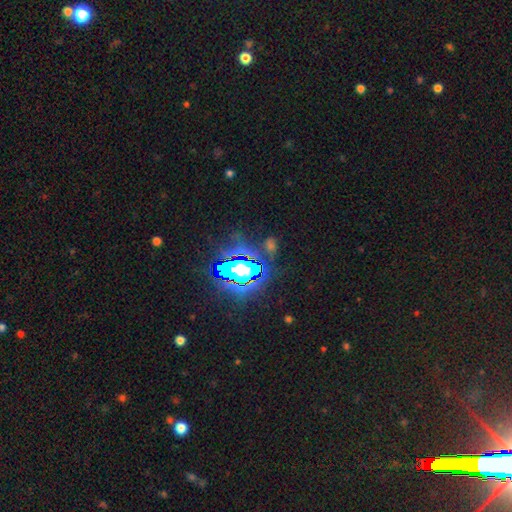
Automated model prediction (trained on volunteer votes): A star or artifact, not a galaxy (85%).

Vote fractions:
- Smooth or featured? star or artifact: 85% / smooth: 9% / featured or disk: 7%